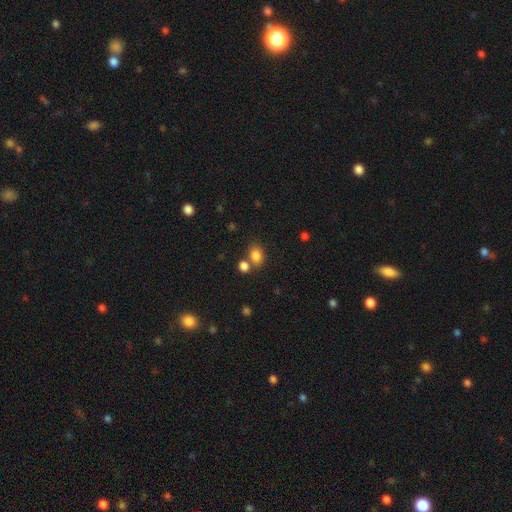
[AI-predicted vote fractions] Smooth or featured?
  - smooth: 83% *
  - star or artifact: 11%
  - featured or disk: 6%
How rounded?
  - in between: 70% *
  - round: 29%
  - cigar-shaped: 1%
Merging?
  - none: 59% *
  - merger: 25%
  - minor disturbance: 11%
  - major disturbance: 4%